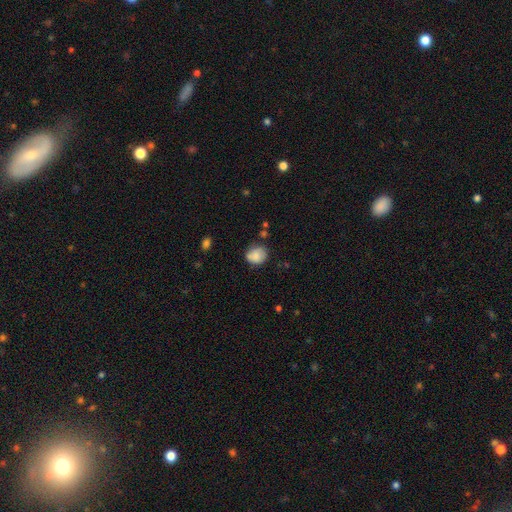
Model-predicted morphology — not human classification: type=smooth (80%); roundness=round (70%); merging=none (65%).